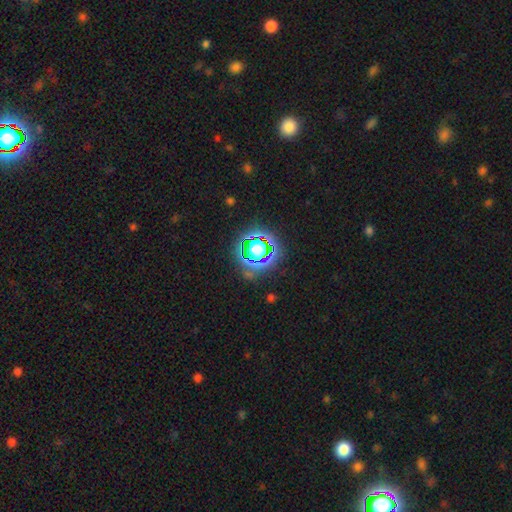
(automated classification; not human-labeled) Smooth or featured?
  - star or artifact: 78% *
  - smooth: 14%
  - featured or disk: 8%